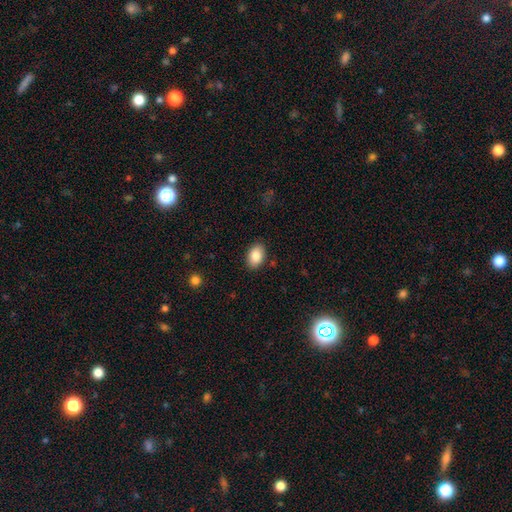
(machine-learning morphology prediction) This appears to be a smooth galaxy with no disk features (87%) that is in between round and cigar-shaped (88%). Merging: none (87%).